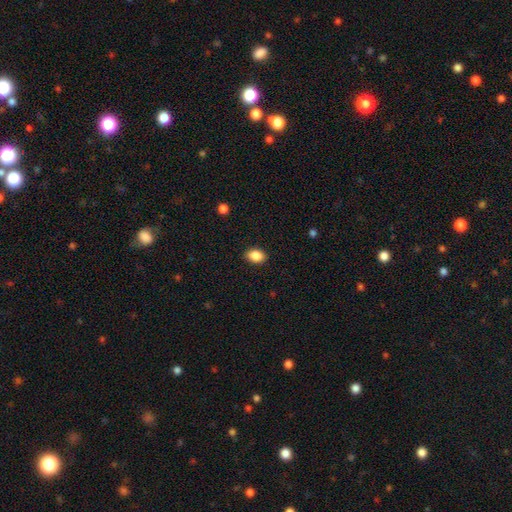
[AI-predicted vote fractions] Smooth or featured?
  - smooth: 87% *
  - star or artifact: 8%
  - featured or disk: 5%
How rounded?
  - in between: 82% *
  - round: 16%
  - cigar-shaped: 1%
Merging?
  - none: 89% *
  - minor disturbance: 8%
  - major disturbance: 2%
  - merger: 1%